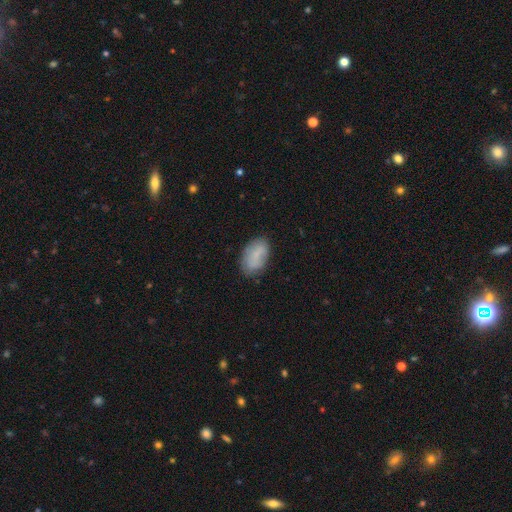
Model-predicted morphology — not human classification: Overall: smooth (75%). How rounded: in between (93%). Merging: none (73%).